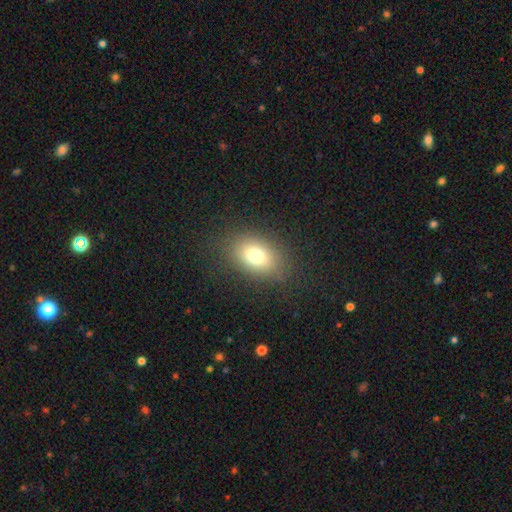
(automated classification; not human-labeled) Smooth or featured? Predicted: smooth (p=0.74). How rounded? Predicted: in between (p=0.72). Merging? Predicted: none (p=0.84).